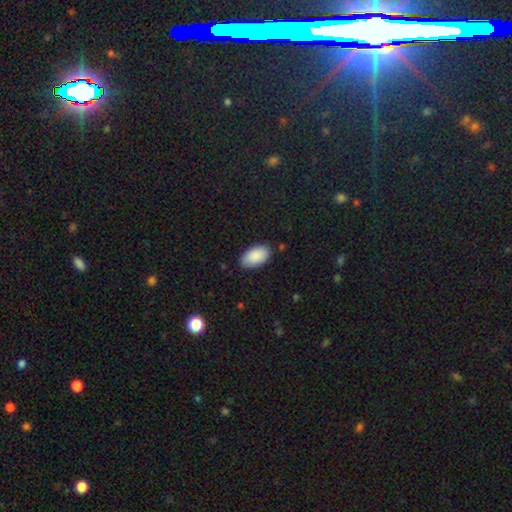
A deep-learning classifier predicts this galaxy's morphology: Smooth or featured: smooth — 89% (star or artifact — 6%)
How rounded: in between — 95% (round — 3%)
Merging: none — 82% (minor disturbance — 14%)